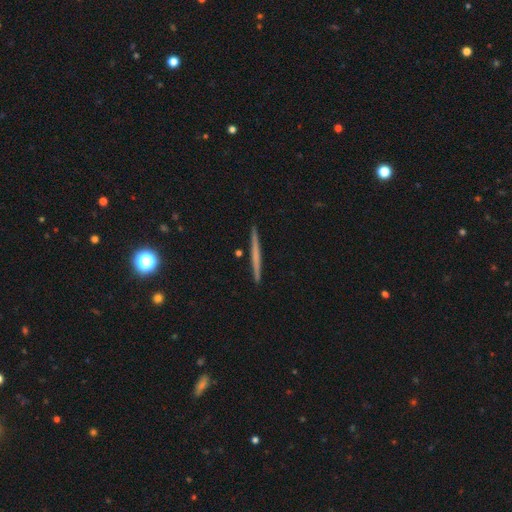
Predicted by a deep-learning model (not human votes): smooth-or-featured: featured or disk: 50% | smooth: 44% | star or artifact: 6%
  merging: none: 93% | minor disturbance: 5% | merger: 1% | major disturbance: 1%